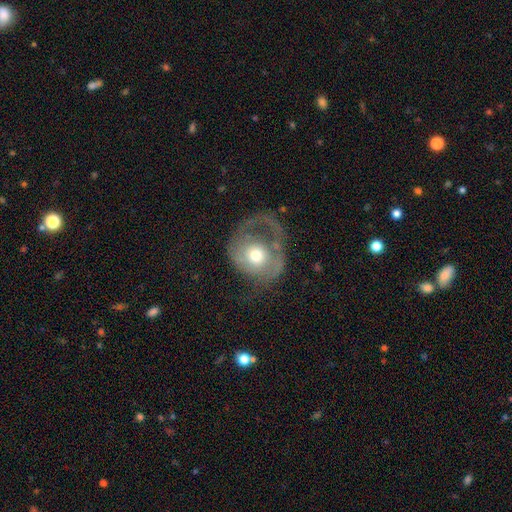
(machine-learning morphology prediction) This appears to be a featured or disk galaxy (54%) with no bar (82%), spiral arms (50%, tied with no) and a moderate central bulge (64%). Merging: major disturbance (51%).